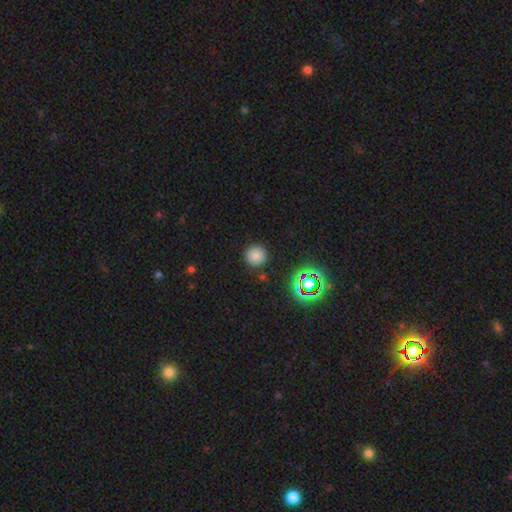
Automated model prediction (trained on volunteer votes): smooth 77%, star or artifact 17%, featured or disk 5%. Down the decision tree: how rounded — round (94%); merging — none (89%).